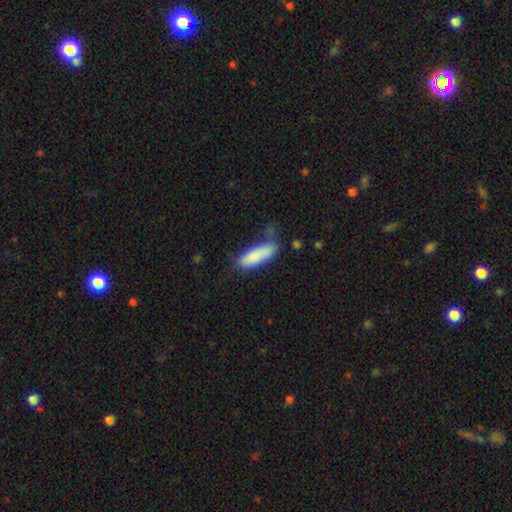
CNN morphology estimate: Smooth or featured?
  - smooth: 84% *
  - featured or disk: 10%
  - star or artifact: 6%
How rounded?
  - in between: 55% *
  - cigar-shaped: 43%
  - round: 2%
Merging?
  - none: 54% *
  - minor disturbance: 29%
  - major disturbance: 9%
  - merger: 7%